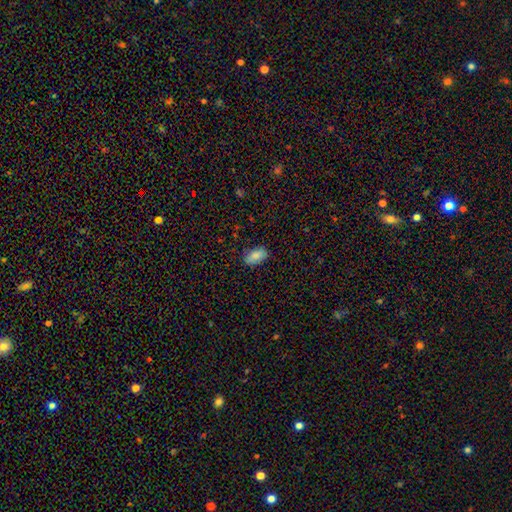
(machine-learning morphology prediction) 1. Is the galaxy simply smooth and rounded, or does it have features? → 86% smooth, 8% star or artifact, 6% featured or disk.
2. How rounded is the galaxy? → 93% in between, 5% round, 3% cigar-shaped.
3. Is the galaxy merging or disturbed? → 84% none, 13% minor disturbance, 3% major disturbance, 1% merger.